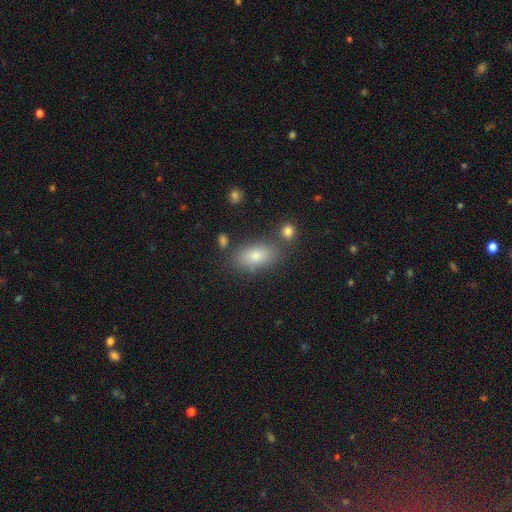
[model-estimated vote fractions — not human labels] smooth_or_featured: smooth (p=0.78) [alt: featured or disk p=0.12]
how_rounded: in between (p=0.89) [alt: round p=0.06]
merging: none (p=0.74) [alt: minor disturbance p=0.13]